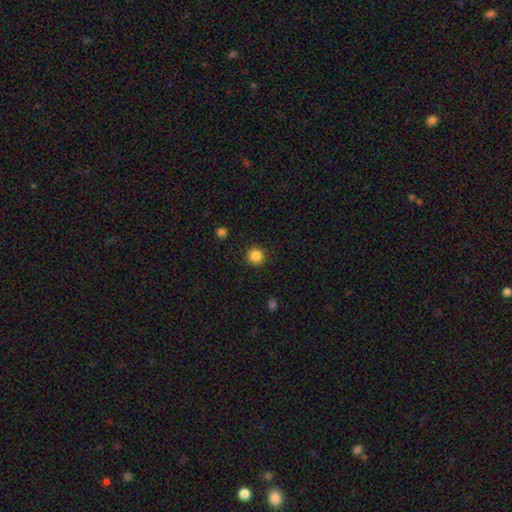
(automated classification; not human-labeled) Smooth or featured?
  - smooth: 85% *
  - star or artifact: 11%
  - featured or disk: 4%
How rounded?
  - round: 94% *
  - in between: 5%
  - cigar-shaped: 1%
Merging?
  - none: 92% *
  - minor disturbance: 5%
  - major disturbance: 2%
  - merger: 1%